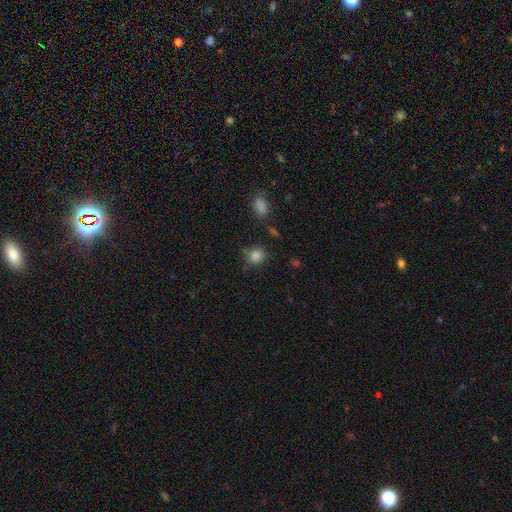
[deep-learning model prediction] The model was most divided on "how rounded": round: 76%, in between: 23%, cigar-shaped: 1%. More confident: smooth or featured — smooth (85%); merging — none (75%).